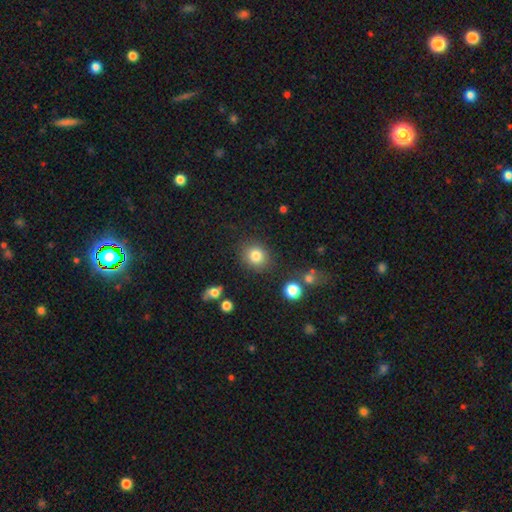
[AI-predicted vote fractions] A smooth galaxy with no disk features (82%) that is round (79%). Merging: none (85%).